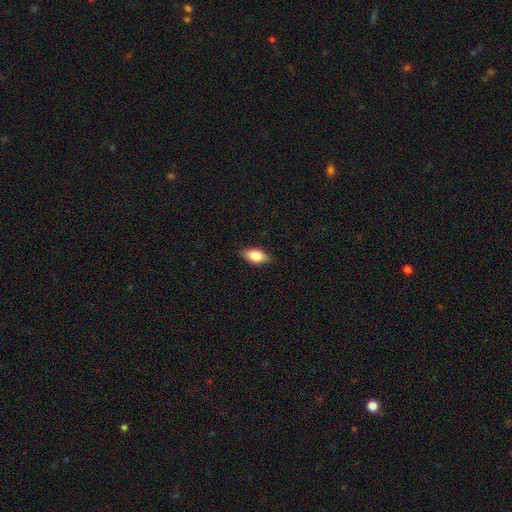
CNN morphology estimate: Smooth or featured?
  - smooth: 80% *
  - featured or disk: 13%
  - star or artifact: 7%
How rounded?
  - in between: 89% *
  - cigar-shaped: 6%
  - round: 5%
Merging?
  - none: 85% *
  - minor disturbance: 12%
  - major disturbance: 2%
  - merger: 1%